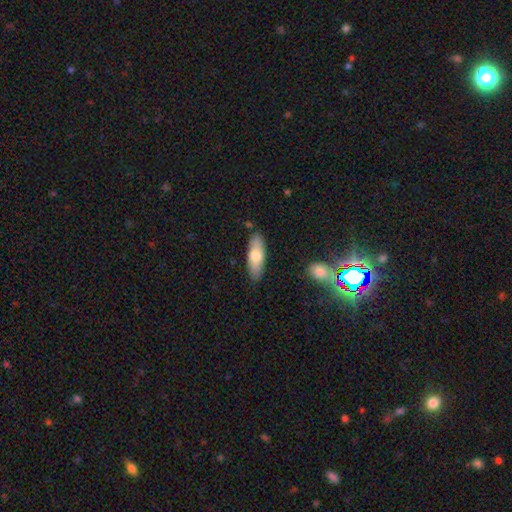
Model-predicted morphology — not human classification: smooth-or-featured: smooth: 69% | featured or disk: 25% | star or artifact: 6%
  how-rounded: in between: 62% | cigar-shaped: 36% | round: 2%
  merging: none: 85% | minor disturbance: 10% | merger: 2% | major disturbance: 2%